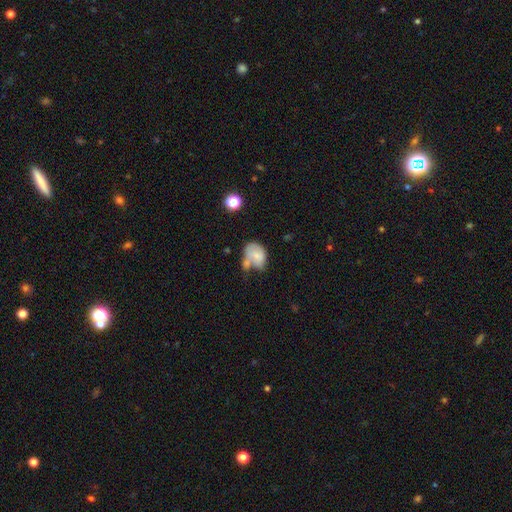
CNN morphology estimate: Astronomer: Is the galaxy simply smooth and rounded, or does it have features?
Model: smooth — 69%.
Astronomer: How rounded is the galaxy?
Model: in between — 67%.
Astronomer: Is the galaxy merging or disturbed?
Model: merger — 34% (runner-up: none, 26%).